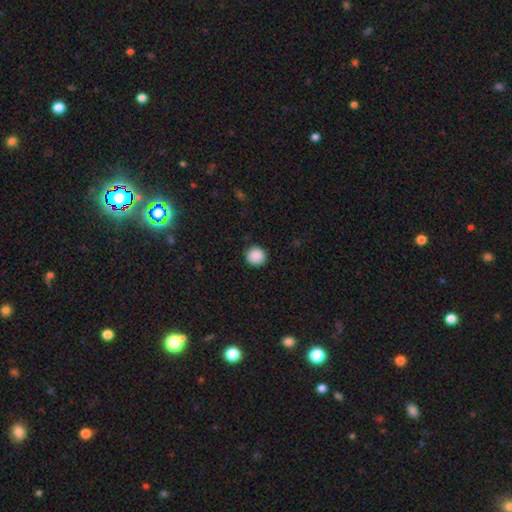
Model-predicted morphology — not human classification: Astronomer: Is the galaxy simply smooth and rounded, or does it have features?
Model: smooth — 89%.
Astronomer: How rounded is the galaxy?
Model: round — 94%.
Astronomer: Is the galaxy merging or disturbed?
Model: none — 92%.